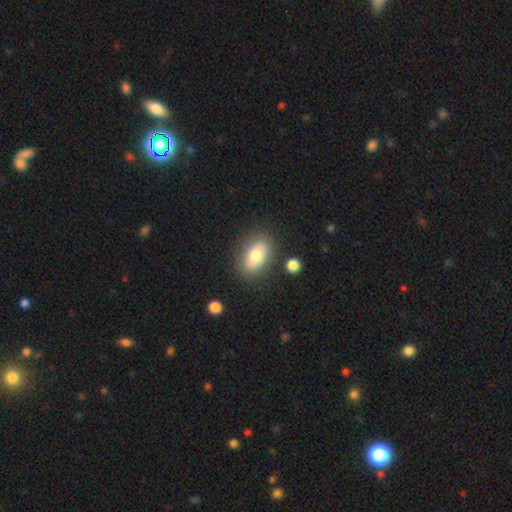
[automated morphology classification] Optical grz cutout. It shows a smooth galaxy with no disk features (75%) that is in between round and cigar-shaped (86%). Merging: none (81%).